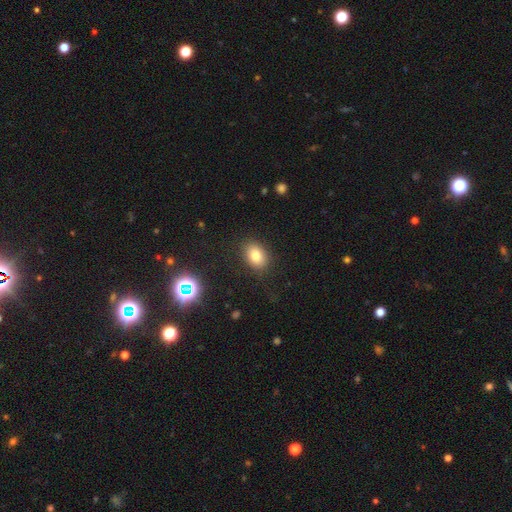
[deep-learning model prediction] smooth-or-featured: smooth: 79% | star or artifact: 12% | featured or disk: 9%
  how-rounded: in between: 71% | round: 28% | cigar-shaped: 1%
  merging: none: 86% | minor disturbance: 10% | major disturbance: 3% | merger: 1%